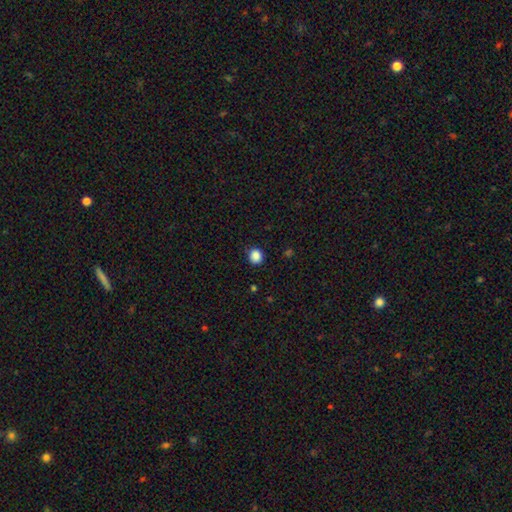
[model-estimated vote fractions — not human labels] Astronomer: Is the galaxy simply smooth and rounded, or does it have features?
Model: smooth — 87%.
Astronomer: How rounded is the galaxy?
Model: round — 81%.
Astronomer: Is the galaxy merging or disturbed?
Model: none — 87%.